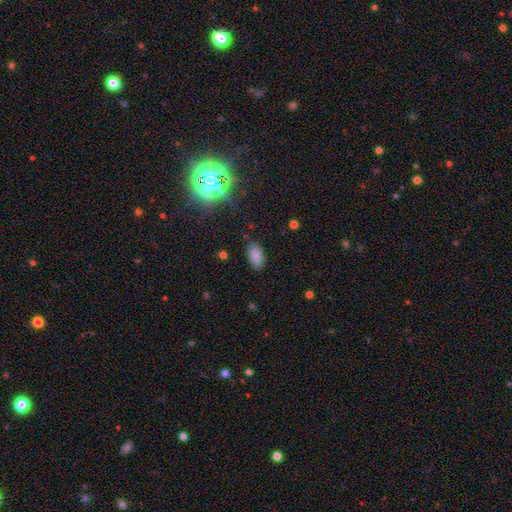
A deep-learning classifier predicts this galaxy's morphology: A smooth galaxy with no disk features (85%) that is in between round and cigar-shaped (93%).

Vote fractions:
- Smooth or featured? smooth: 85% / star or artifact: 10% / featured or disk: 5%
- How rounded? in between: 93% / cigar-shaped: 4% / round: 3%
- Merging? none: 83% / minor disturbance: 12% / major disturbance: 3% / merger: 1%